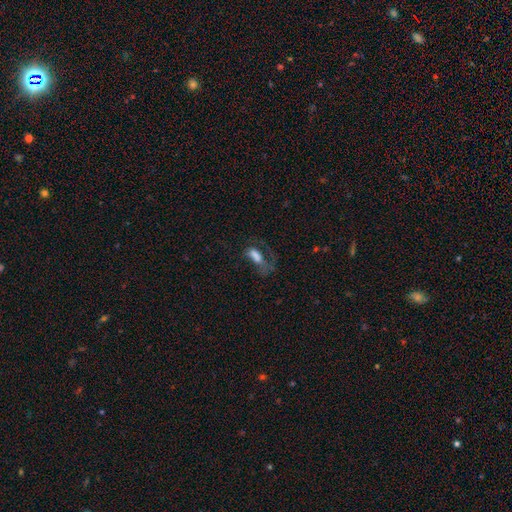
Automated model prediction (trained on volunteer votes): Smooth or featured? smooth (59%)
How rounded? in between (78%)
Merging? major disturbance (50%)